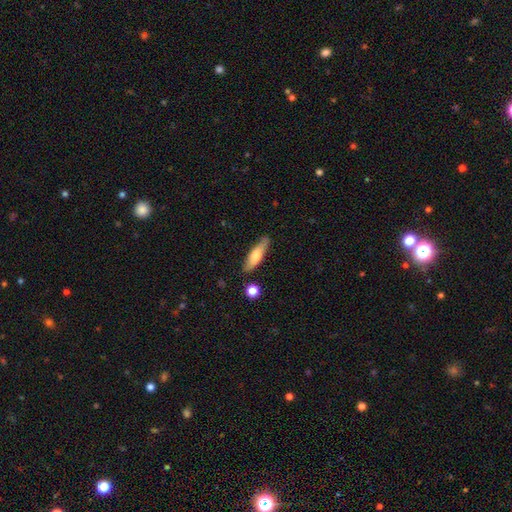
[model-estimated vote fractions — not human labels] Q: Smooth or featured?
A: smooth (65%); runner-up: featured or disk (29%)
Q: How rounded?
A: cigar-shaped (66%); runner-up: in between (32%)
Q: Merging?
A: none (81%); runner-up: minor disturbance (13%)